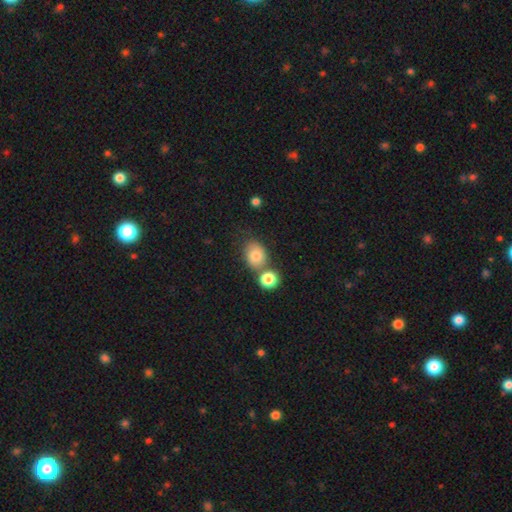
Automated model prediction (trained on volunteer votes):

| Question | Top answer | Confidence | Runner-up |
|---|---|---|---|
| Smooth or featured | smooth | 78% | featured or disk (11%) |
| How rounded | in between | 55% | round (44%) |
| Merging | none | 59% | merger (23%) |